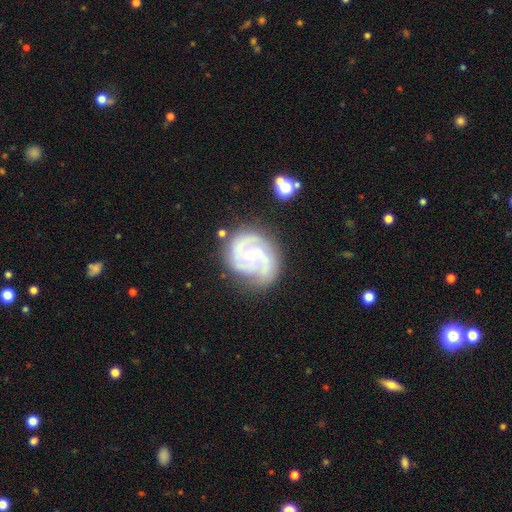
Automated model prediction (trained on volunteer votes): featured or disk 88%, smooth 6%, star or artifact 6%. Down the decision tree: edge-on disk — no (98%); bar — no (64%); spiral arms — yes (97%); spiral arm count — 2 (55%); spiral winding — tight (50%); bulge size — small (53%); merging — none (67%).